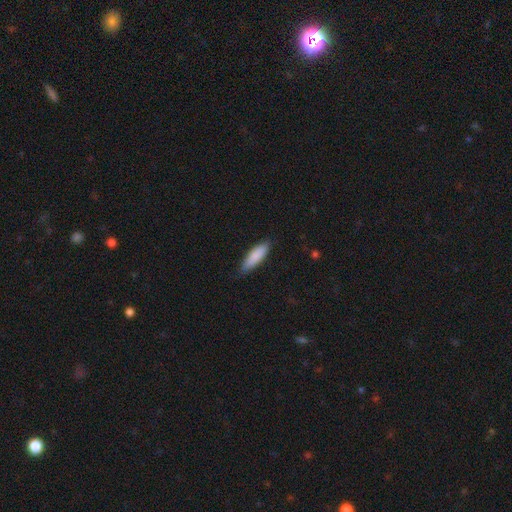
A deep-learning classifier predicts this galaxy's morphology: A smooth galaxy with no disk features (86%) that is cigar-shaped (50%). Merging: none (81%).